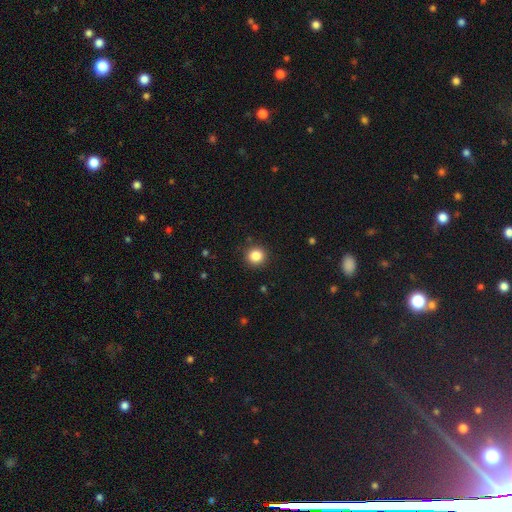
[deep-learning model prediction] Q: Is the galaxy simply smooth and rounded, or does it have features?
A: smooth — 85%.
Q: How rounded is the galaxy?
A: round — 91%.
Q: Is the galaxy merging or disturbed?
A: none — 91%.